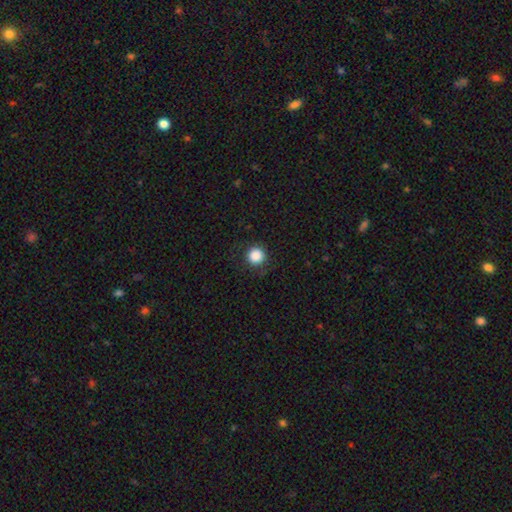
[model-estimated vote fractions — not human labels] Smooth or featured: smooth — 86% (star or artifact — 10%)
How rounded: round — 95% (in between — 4%)
Merging: none — 87% (minor disturbance — 9%)